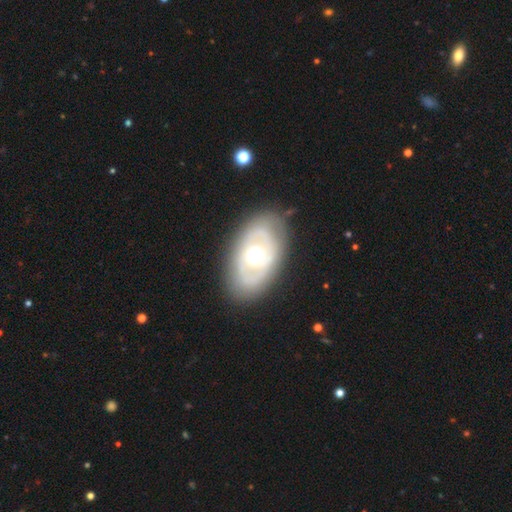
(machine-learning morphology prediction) Smooth or featured? featured or disk (63%)
Edge-on disk? no (91%)
Bar? no (83%)
Spiral arms? no (75%)
Bulge size? moderate (68%)
Merging? none (81%)